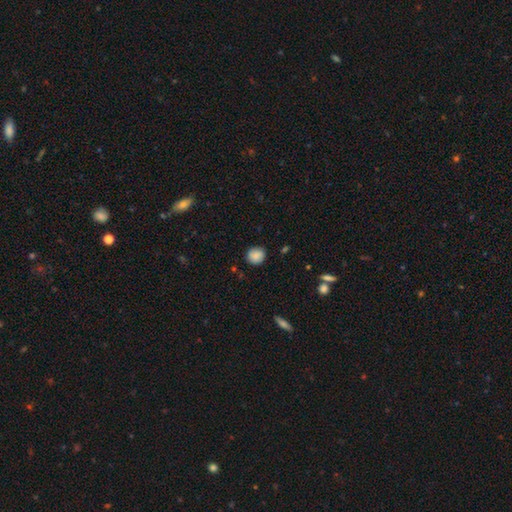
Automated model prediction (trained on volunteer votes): Smooth or featured? smooth (85%)
How rounded? round (84%)
Merging? none (83%)